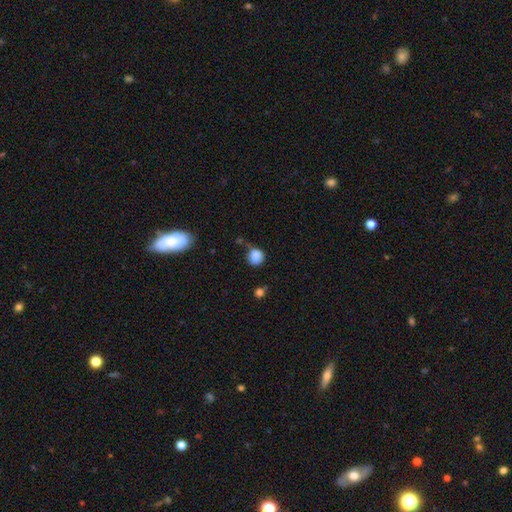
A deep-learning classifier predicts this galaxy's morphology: smooth 85%, star or artifact 10%, featured or disk 5%. Down the decision tree: how rounded — round (84%); merging — none (53%).